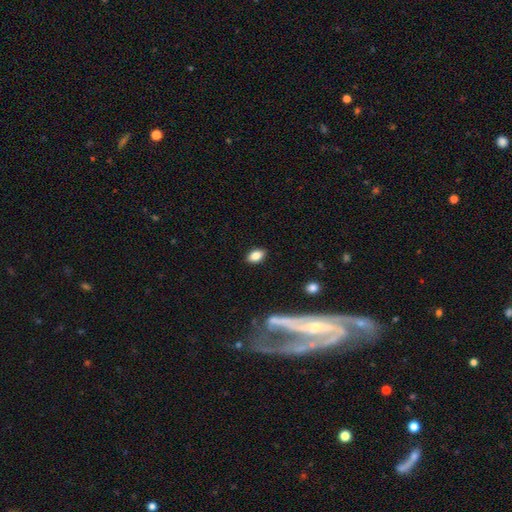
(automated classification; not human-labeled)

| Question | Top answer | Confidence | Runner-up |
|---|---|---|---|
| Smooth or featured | smooth | 83% | featured or disk (9%) |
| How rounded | in between | 88% | round (10%) |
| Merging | none | 86% | minor disturbance (9%) |